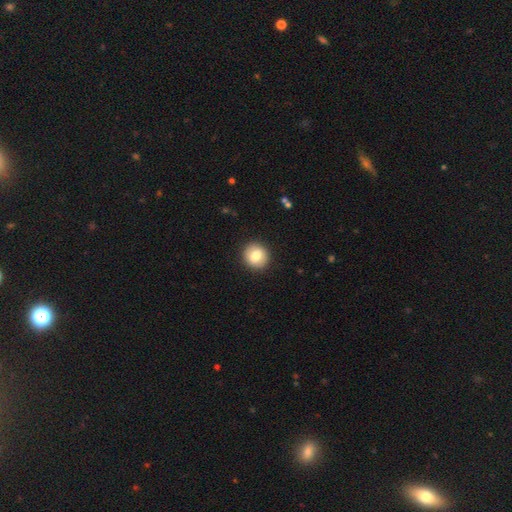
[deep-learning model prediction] The model was most divided on "smooth or featured": smooth: 78%, featured or disk: 14%, star or artifact: 8%. More confident: merging — none (91%); how rounded — round (87%).